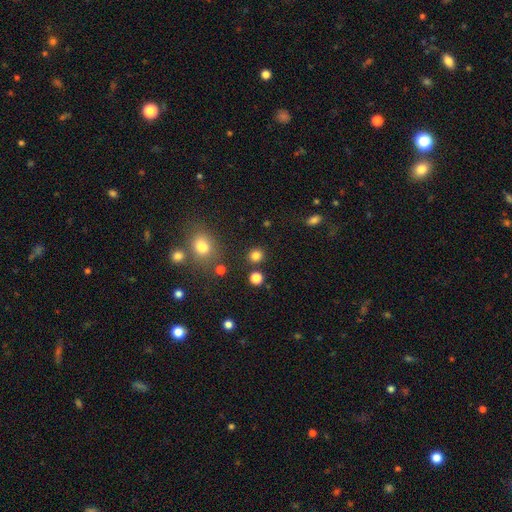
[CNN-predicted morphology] smooth_or_featured: smooth (p=0.81) [alt: star or artifact p=0.14]
how_rounded: round (p=0.87) [alt: in between p=0.12]
merging: none (p=0.86) [alt: minor disturbance p=0.07]